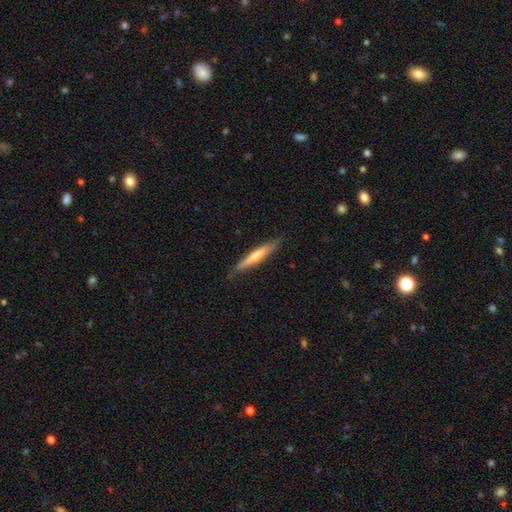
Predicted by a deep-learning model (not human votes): Q: Smooth or featured?
A: featured or disk (52%); runner-up: smooth (43%)
Q: Edge-on disk?
A: yes (94%); runner-up: no (6%)
Q: Merging?
A: none (87%); runner-up: minor disturbance (10%)